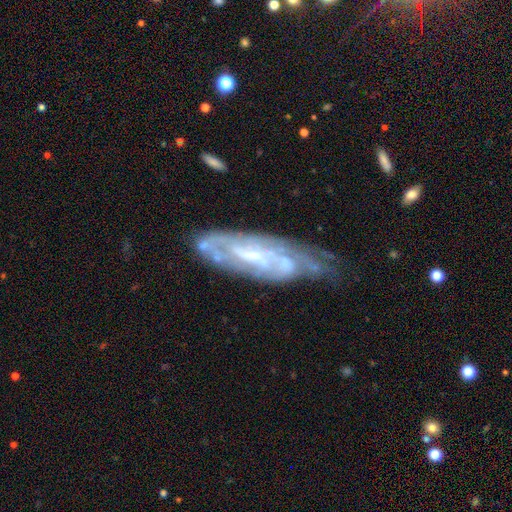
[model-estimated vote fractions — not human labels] Q: Smooth or featured?
A: featured or disk (80%); runner-up: smooth (13%)
Q: Edge-on disk?
A: no (81%); runner-up: yes (19%)
Q: Bar?
A: weak (42%); runner-up: no (36%)
Q: Spiral arms?
A: yes (85%); runner-up: no (15%)
Q: Spiral winding?
A: tight (57%); runner-up: medium (33%)
Q: Spiral arm count?
A: can't tell (51%); runner-up: 2 (25%)
Q: Bulge size?
A: small (58%); runner-up: moderate (25%)
Q: Merging?
A: none (58%); runner-up: minor disturbance (27%)